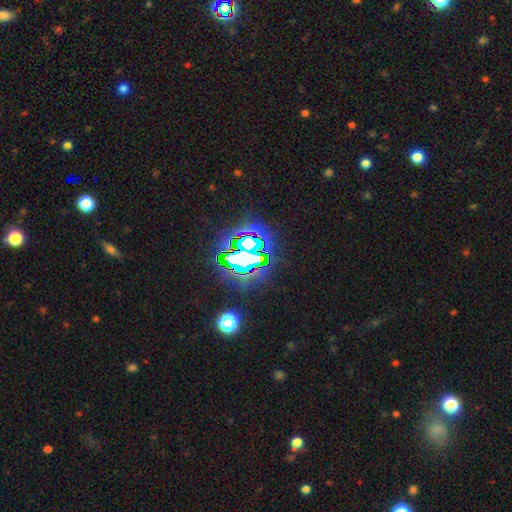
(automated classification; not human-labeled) Smooth or featured? Predicted: star or artifact (p=0.82).